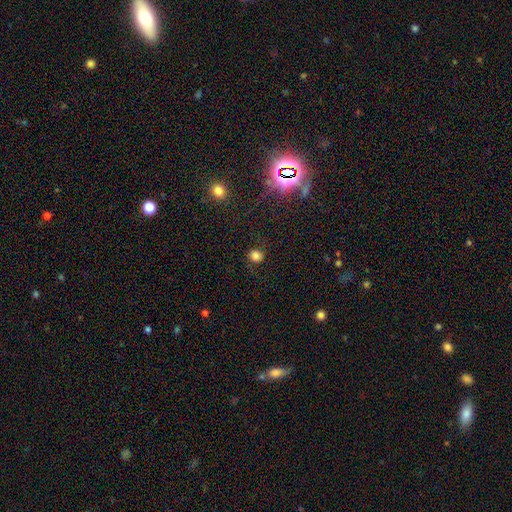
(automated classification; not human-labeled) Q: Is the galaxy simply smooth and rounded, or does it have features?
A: smooth — 74%.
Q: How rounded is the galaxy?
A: round — 73%.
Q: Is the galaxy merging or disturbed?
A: none — 76%.